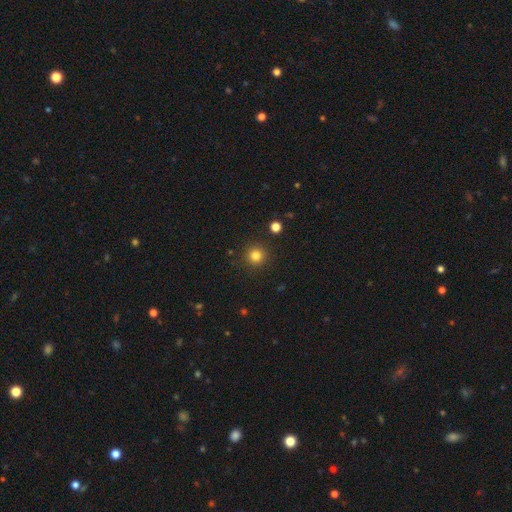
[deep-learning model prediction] smooth-or-featured: smooth: 81% | star or artifact: 14% | featured or disk: 5%
  how-rounded: round: 95% | in between: 4% | cigar-shaped: 1%
  merging: none: 91% | minor disturbance: 5% | major disturbance: 2% | merger: 2%